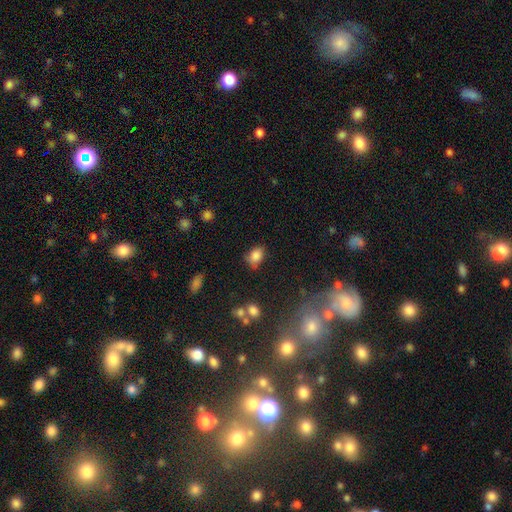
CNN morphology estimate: Q: Smooth or featured?
A: smooth (83%); runner-up: star or artifact (10%)
Q: How rounded?
A: in between (73%); runner-up: round (26%)
Q: Merging?
A: none (63%); runner-up: minor disturbance (27%)